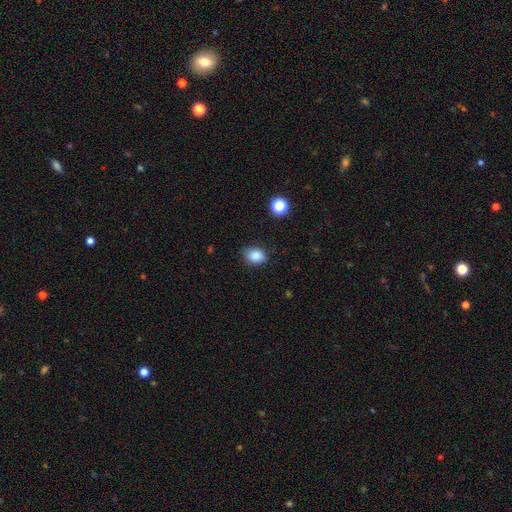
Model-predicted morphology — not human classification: A smooth galaxy with no disk features (86%) that is in between round and cigar-shaped (65%).

Vote fractions:
- Smooth or featured? smooth: 86% / star or artifact: 10% / featured or disk: 4%
- How rounded? in between: 65% / round: 34% / cigar-shaped: 1%
- Merging? none: 81% / minor disturbance: 15% / major disturbance: 3% / merger: 1%